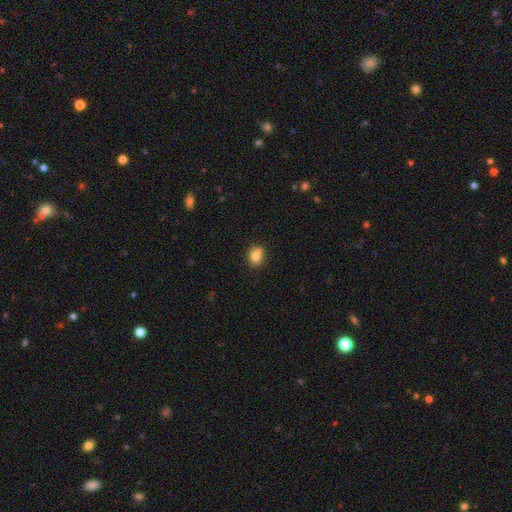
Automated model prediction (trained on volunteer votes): The model was most divided on "how rounded": round: 57%, in between: 42%, cigar-shaped: 1%. More confident: smooth or featured — smooth (79%); merging — none (61%).